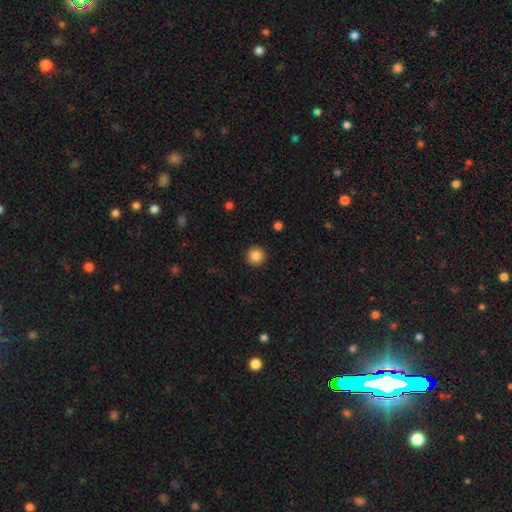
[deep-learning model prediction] The model was most divided on "smooth or featured": smooth: 85%, star or artifact: 10%, featured or disk: 5%. More confident: how rounded — round (96%); merging — none (93%).